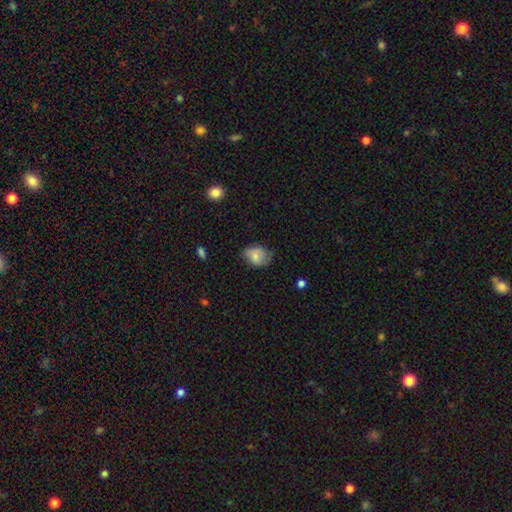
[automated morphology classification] Smooth or featured?
  - smooth: 72% *
  - featured or disk: 20%
  - star or artifact: 8%
How rounded?
  - in between: 65% *
  - round: 34%
  - cigar-shaped: 1%
Merging?
  - none: 57% *
  - minor disturbance: 32%
  - major disturbance: 10%
  - merger: 1%